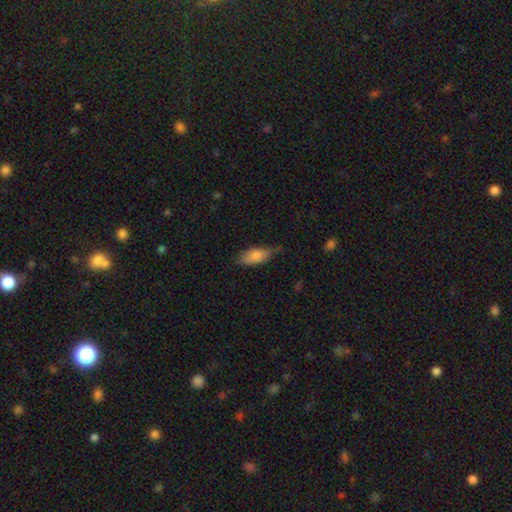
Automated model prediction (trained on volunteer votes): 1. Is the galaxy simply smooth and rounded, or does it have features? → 81% smooth, 12% featured or disk, 7% star or artifact.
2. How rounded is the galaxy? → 87% in between, 11% cigar-shaped, 3% round.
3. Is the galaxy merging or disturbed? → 52% none, 37% minor disturbance, 8% major disturbance, 2% merger.